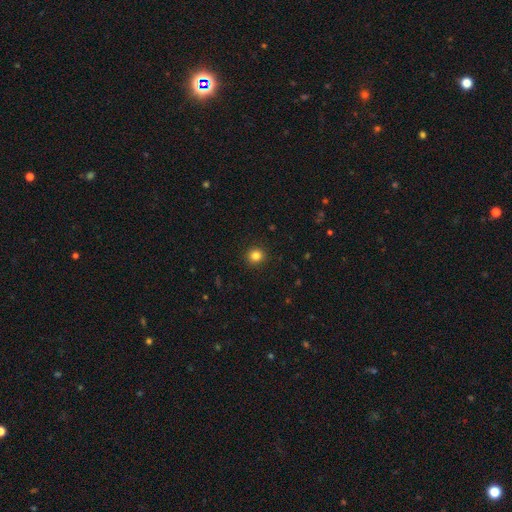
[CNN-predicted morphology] This is clearly a smooth galaxy (84%). How rounded: clearly round (91%). Merging: clearly none (92%).